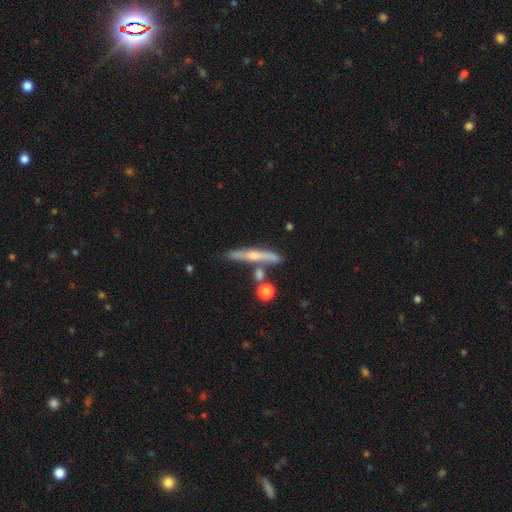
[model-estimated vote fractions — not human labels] Smooth or featured? Predicted: featured or disk (p=0.60). Edge-on disk? Predicted: yes (p=0.92). Edge-on bulge? Predicted: rounded (p=0.76). Merging? Predicted: none (p=0.70).